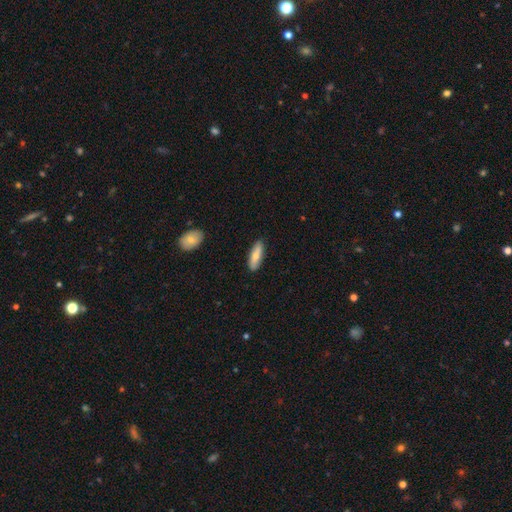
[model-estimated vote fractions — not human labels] Smooth or featured? Predicted: smooth (p=0.68). How rounded? Predicted: cigar-shaped (p=0.50). Merging? Predicted: none (p=0.89).